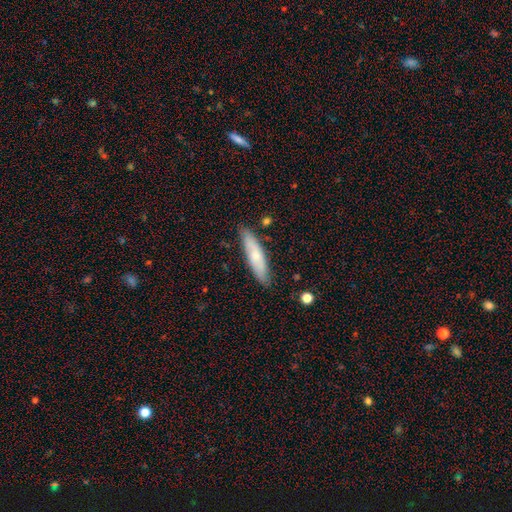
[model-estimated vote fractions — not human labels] A smooth galaxy with no disk features (65%) that is cigar-shaped (74%). Merging: none (84%).